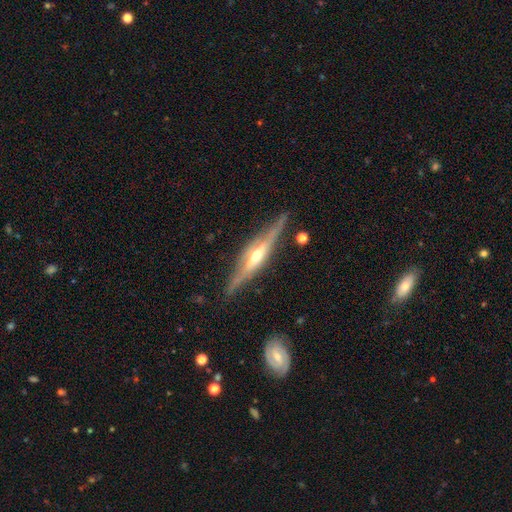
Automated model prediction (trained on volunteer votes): A featured or disk galaxy (81%) viewed edge-on (96%) with a rounded central bulge (83%). Merging: none (83%).